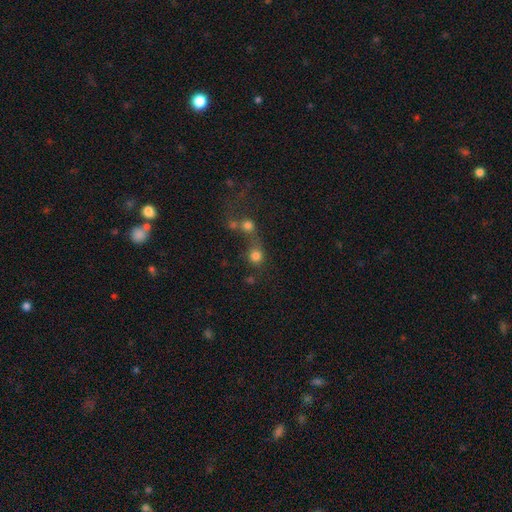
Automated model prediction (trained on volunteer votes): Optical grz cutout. It shows a smooth galaxy with no disk features (77%) that is round (88%). Merging: none (44%).